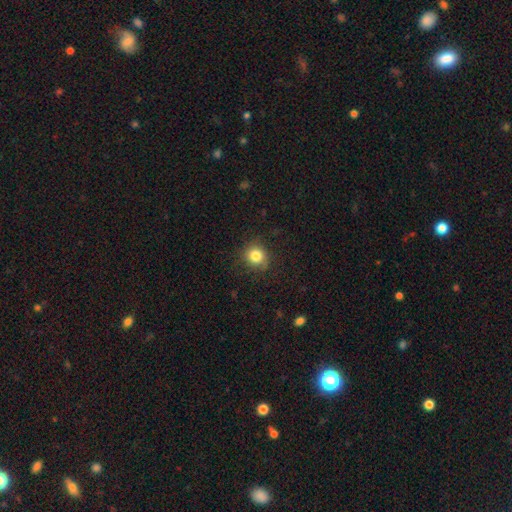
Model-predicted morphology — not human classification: smooth 83%, star or artifact 11%, featured or disk 6%. Down the decision tree: how rounded — round (87%); merging — none (82%).